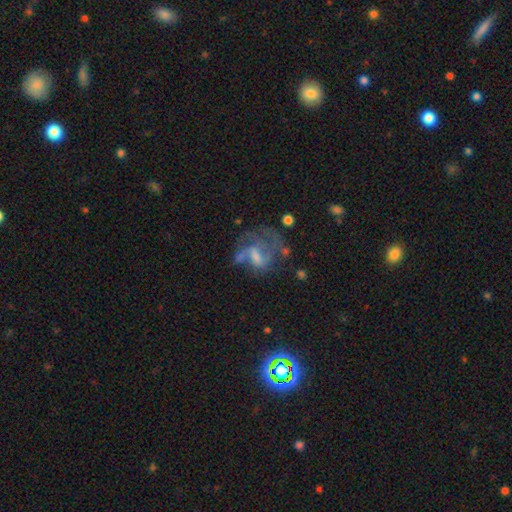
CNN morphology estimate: This appears to be a featured or disk galaxy (66%) with a weak bar (46%), spiral arms (67%) and a small central bulge (34%). Merging: major disturbance (38%).